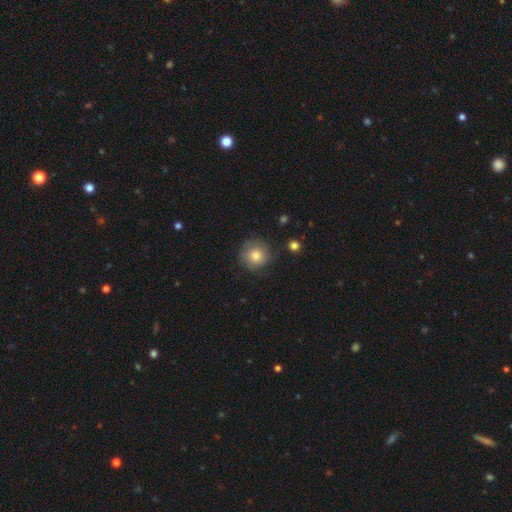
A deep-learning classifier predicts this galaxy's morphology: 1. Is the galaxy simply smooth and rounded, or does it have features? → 80% smooth, 11% featured or disk, 9% star or artifact.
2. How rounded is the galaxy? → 94% round, 5% in between, 1% cigar-shaped.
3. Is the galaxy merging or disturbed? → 80% none, 14% minor disturbance, 4% major disturbance, 2% merger.